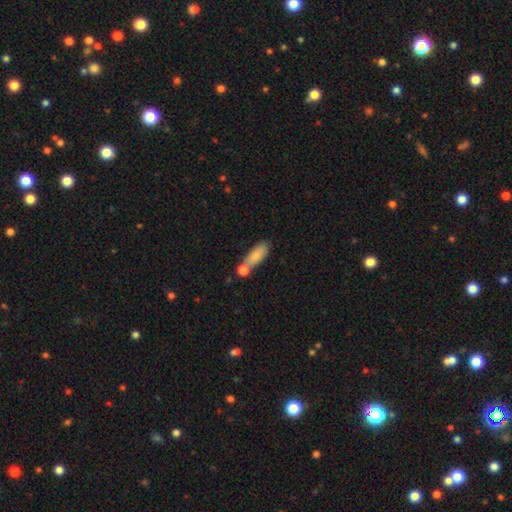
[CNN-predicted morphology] Smooth or featured: smooth — 78% (featured or disk — 15%)
How rounded: in between — 70% (cigar-shaped — 26%)
Merging: none — 49% (merger — 32%)